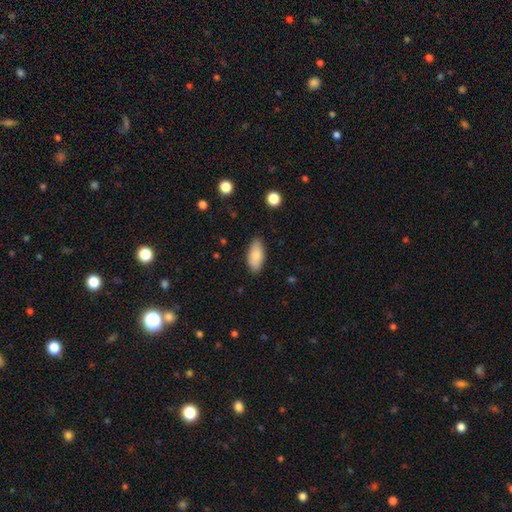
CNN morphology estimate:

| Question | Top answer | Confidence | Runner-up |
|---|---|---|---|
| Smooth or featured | smooth | 83% | featured or disk (11%) |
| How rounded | in between | 90% | cigar-shaped (8%) |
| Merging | none | 86% | minor disturbance (11%) |